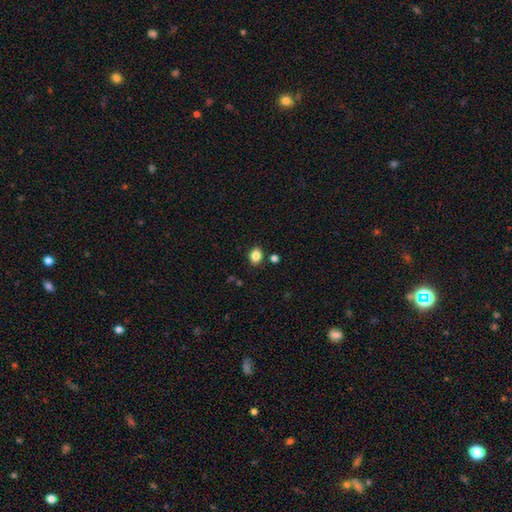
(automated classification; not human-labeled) Smooth or featured: smooth — 84% (star or artifact — 11%)
How rounded: in between — 59% (round — 40%)
Merging: none — 84% (minor disturbance — 9%)